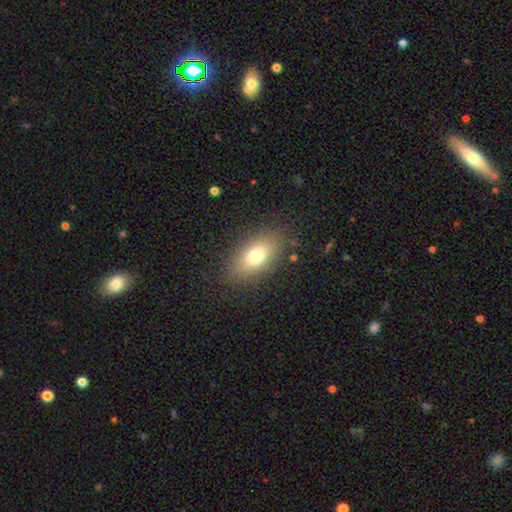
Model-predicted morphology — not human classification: Smooth or featured? smooth (73%)
How rounded? in between (85%)
Merging? none (83%)